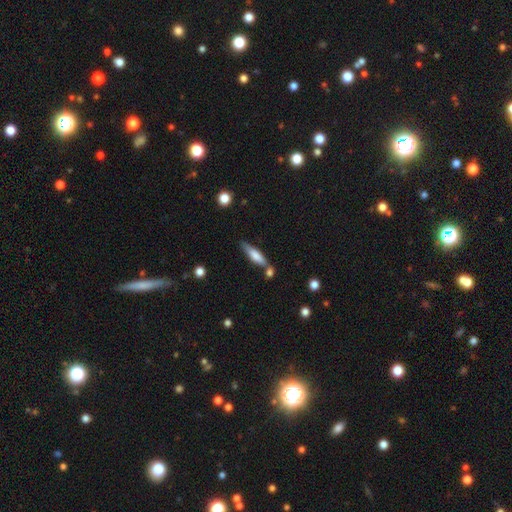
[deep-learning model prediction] smooth-or-featured: smooth: 63% | featured or disk: 31% | star or artifact: 6%
  how-rounded: cigar-shaped: 75% | in between: 23% | round: 2%
  merging: none: 62% | merger: 17% | minor disturbance: 17% | major disturbance: 4%